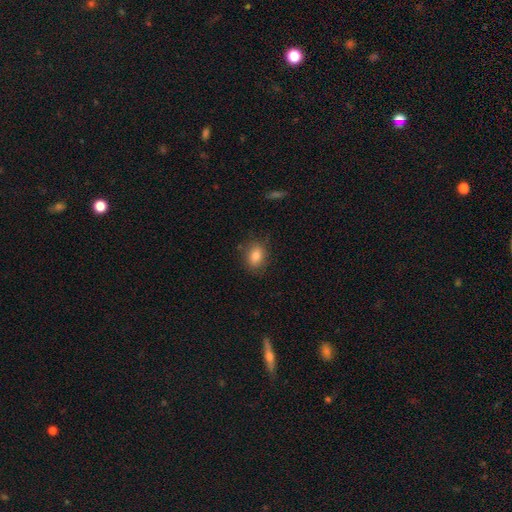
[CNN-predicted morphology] The model was most divided on "how rounded": in between: 67%, round: 31%, cigar-shaped: 1%. More confident: smooth or featured — smooth (83%); merging — none (83%).